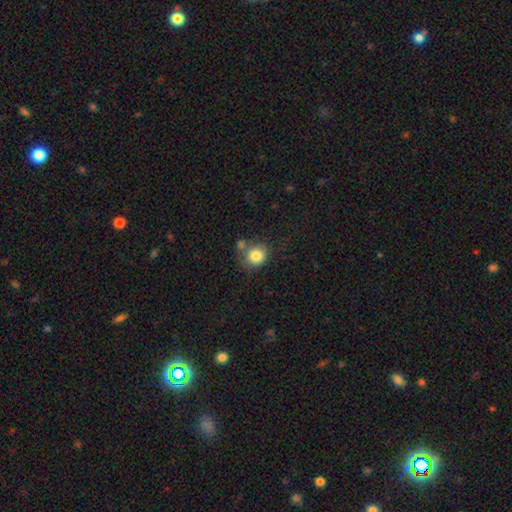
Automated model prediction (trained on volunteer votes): The model was most divided on "merging": none: 57%, merger: 22%, minor disturbance: 16%, major disturbance: 6%. More confident: smooth or featured — smooth (82%); how rounded — round (81%).